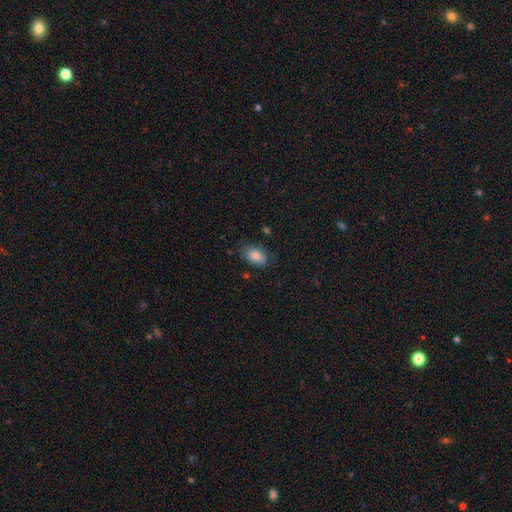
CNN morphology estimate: The model was most divided on "merging": none: 70%, minor disturbance: 22%, major disturbance: 6%, merger: 2%. More confident: how rounded — in between (89%); smooth or featured — smooth (86%).